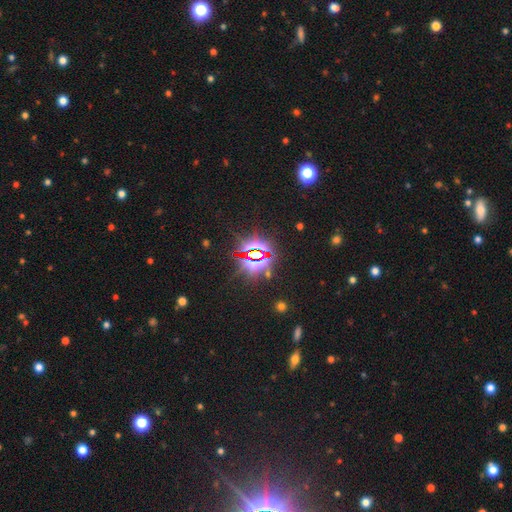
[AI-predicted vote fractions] A star or artifact, not a galaxy (81%).